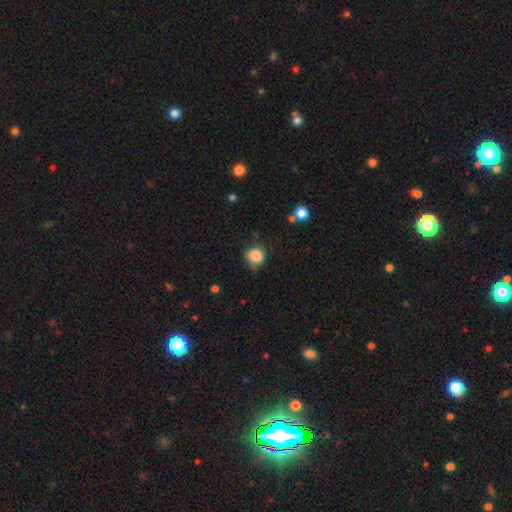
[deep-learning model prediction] smooth_or_featured: smooth (p=0.83) [alt: star or artifact p=0.09]
how_rounded: round (p=0.74) [alt: in between p=0.25]
merging: none (p=0.55) [alt: minor disturbance p=0.31]